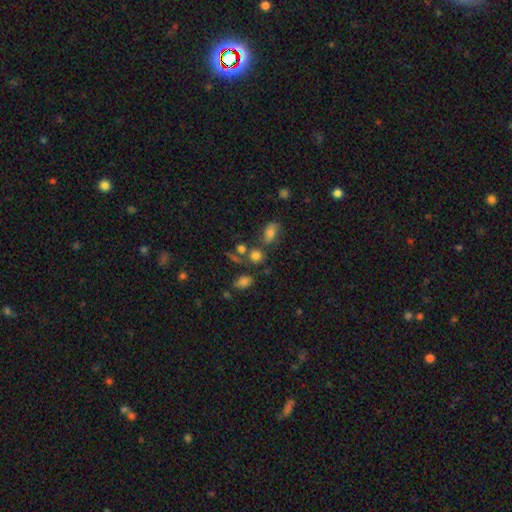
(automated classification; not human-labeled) Morphology: type=smooth (74%); roundness=round (64%); merging=none (60%).